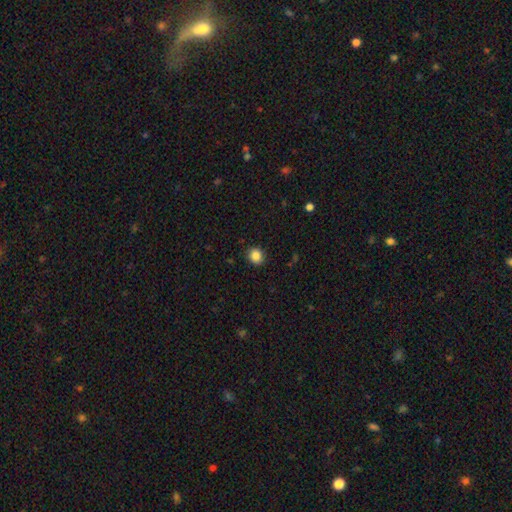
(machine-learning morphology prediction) smooth_or_featured: smooth (p=0.86) [alt: star or artifact p=0.10]
how_rounded: round (p=0.80) [alt: in between p=0.19]
merging: none (p=0.89) [alt: minor disturbance p=0.08]